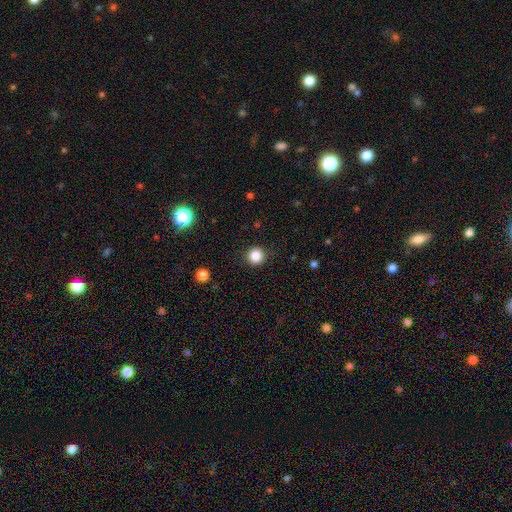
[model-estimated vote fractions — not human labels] The model was most divided on "smooth or featured": smooth: 85%, star or artifact: 12%, featured or disk: 4%. More confident: how rounded — round (93%); merging — none (89%).